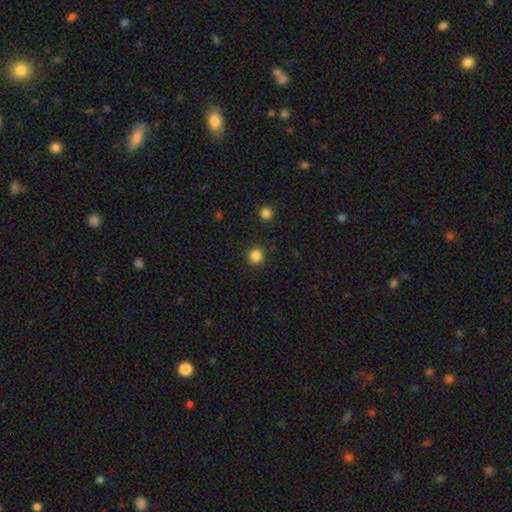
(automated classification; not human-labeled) Overall: smooth (84%). How rounded: round (92%). Merging: none (89%).